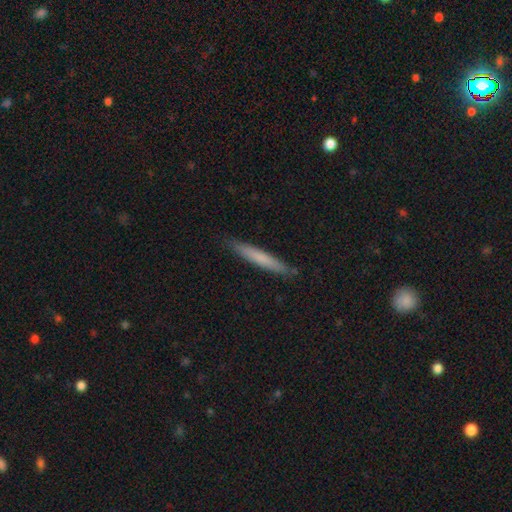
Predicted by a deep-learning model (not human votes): smooth_or_featured: smooth (p=0.66) [alt: featured or disk p=0.28]
how_rounded: cigar-shaped (p=0.96) [alt: in between p=0.03]
merging: none (p=0.89) [alt: minor disturbance p=0.08]